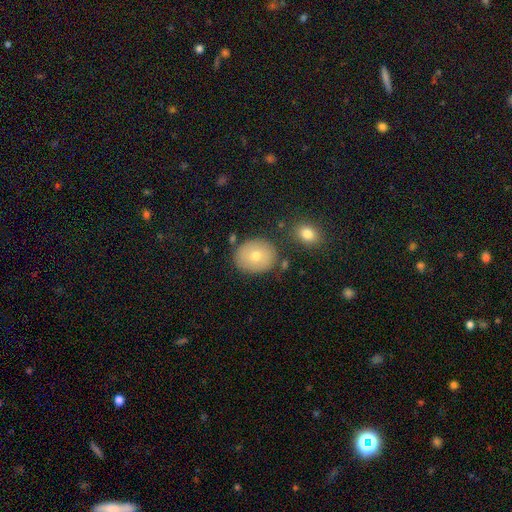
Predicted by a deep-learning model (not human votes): A smooth galaxy with no disk features (70%) that is round (63%).

Vote fractions:
- Smooth or featured? smooth: 70% / featured or disk: 20% / star or artifact: 10%
- How rounded? round: 63% / in between: 36% / cigar-shaped: 1%
- Merging? none: 81% / minor disturbance: 12% / merger: 5% / major disturbance: 3%